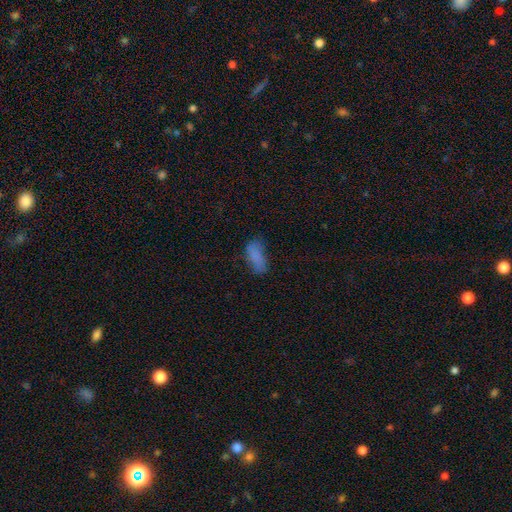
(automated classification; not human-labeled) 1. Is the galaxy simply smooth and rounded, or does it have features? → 79% smooth, 11% featured or disk, 10% star or artifact.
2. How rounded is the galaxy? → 83% in between, 15% cigar-shaped, 3% round.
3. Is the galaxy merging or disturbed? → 59% none, 28% minor disturbance, 11% major disturbance, 3% merger.